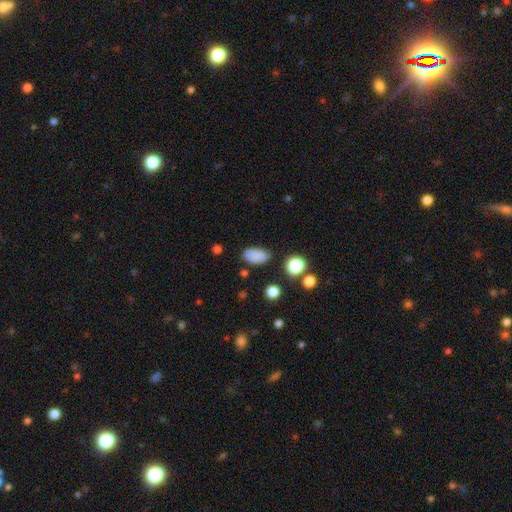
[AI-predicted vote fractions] A smooth galaxy with no disk features (85%) that is in between round and cigar-shaped (92%).

Vote fractions:
- Smooth or featured? smooth: 85% / star or artifact: 11% / featured or disk: 4%
- How rounded? in between: 92% / round: 6% / cigar-shaped: 3%
- Merging? none: 82% / minor disturbance: 12% / major disturbance: 3% / merger: 2%